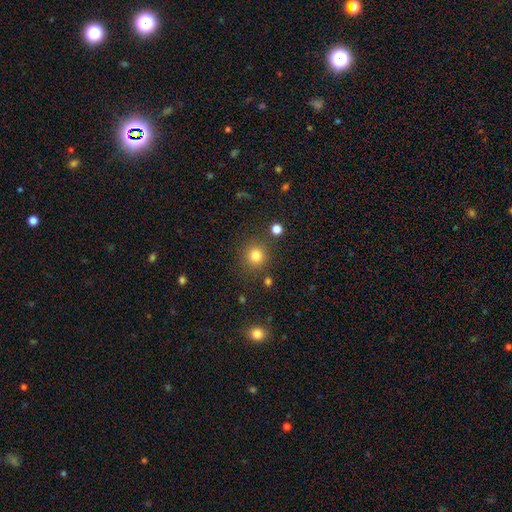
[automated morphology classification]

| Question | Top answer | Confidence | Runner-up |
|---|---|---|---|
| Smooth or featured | smooth | 81% | star or artifact (13%) |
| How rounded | round | 92% | in between (7%) |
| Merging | none | 84% | minor disturbance (8%) |